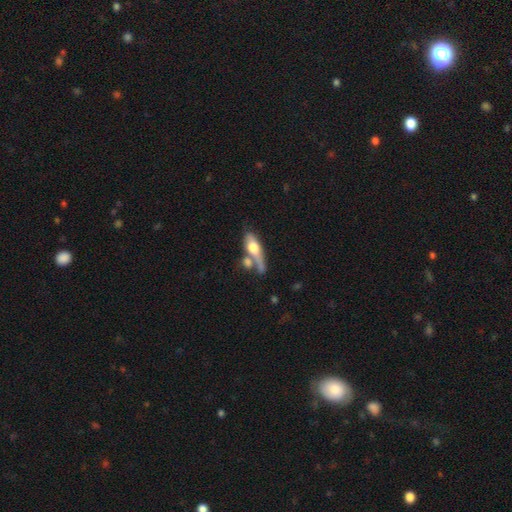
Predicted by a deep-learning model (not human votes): Smooth or featured? Predicted: smooth (p=0.48). Merging? Predicted: none (p=0.40).